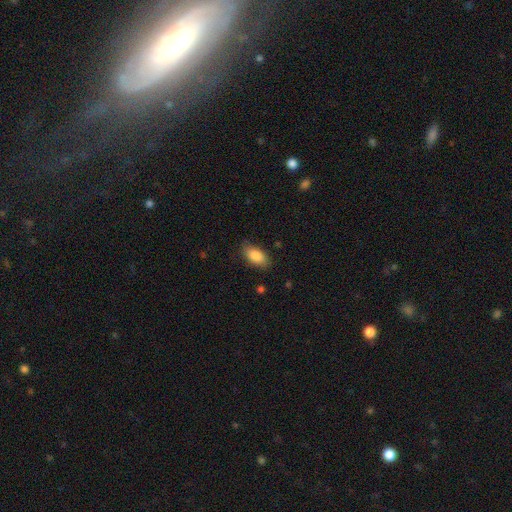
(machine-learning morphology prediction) The model was most divided on "merging": none: 80%, minor disturbance: 15%, major disturbance: 3%, merger: 1%. More confident: how rounded — in between (92%); smooth or featured — smooth (86%).